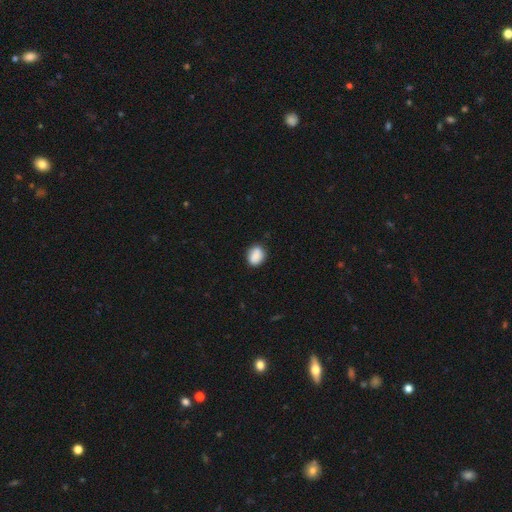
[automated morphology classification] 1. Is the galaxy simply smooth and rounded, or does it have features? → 84% smooth, 8% star or artifact, 8% featured or disk.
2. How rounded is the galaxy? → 53% in between, 46% round, 1% cigar-shaped.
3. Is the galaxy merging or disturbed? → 77% none, 17% minor disturbance, 3% major disturbance, 3% merger.